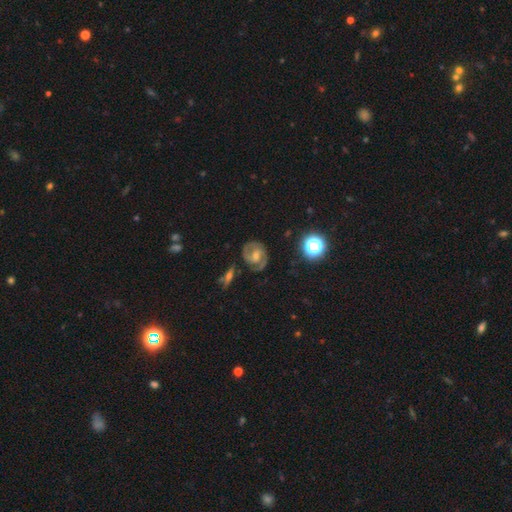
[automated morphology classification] This is likely a featured or disk galaxy (79%). It is clearly not viewed edge-on (97%). Bar: marginally weak (45%). Spiral arm pattern: clearly yes (94%). Spiral arm count: clearly 2 (82%). Spiral winding: possibly tight (47%). Central bulge: possibly moderate (57%). Merging: likely none (76%).